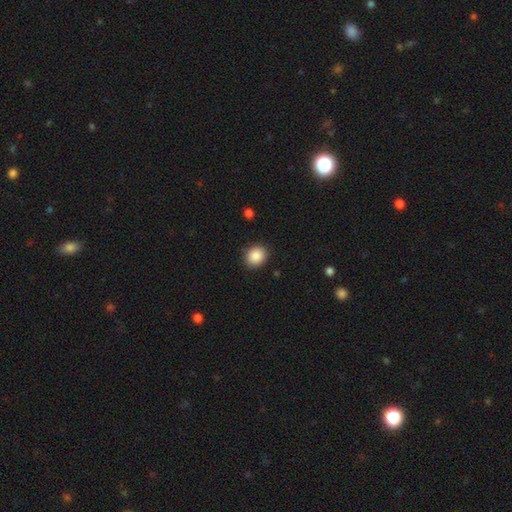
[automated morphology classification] smooth-or-featured: smooth: 87% | star or artifact: 8% | featured or disk: 4%
  how-rounded: round: 66% | in between: 33% | cigar-shaped: 1%
  merging: none: 89% | minor disturbance: 8% | major disturbance: 2% | merger: 1%